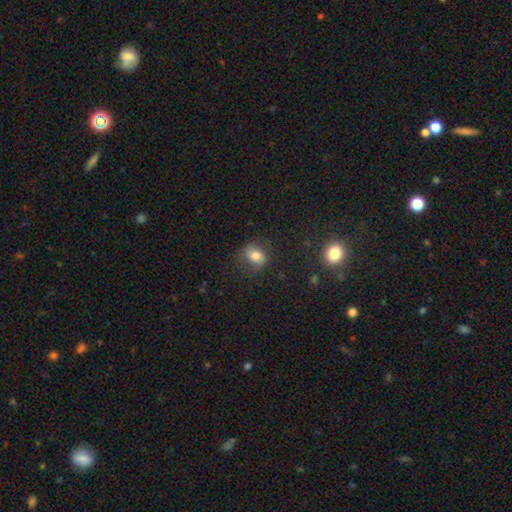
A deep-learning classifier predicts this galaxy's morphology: Smooth or featured?
  - smooth: 74% *
  - featured or disk: 14%
  - star or artifact: 12%
How rounded?
  - in between: 49% * (tied)
  - round: 49% * (tied)
  - cigar-shaped: 1%
Merging?
  - none: 72% *
  - minor disturbance: 18%
  - major disturbance: 8%
  - merger: 2%